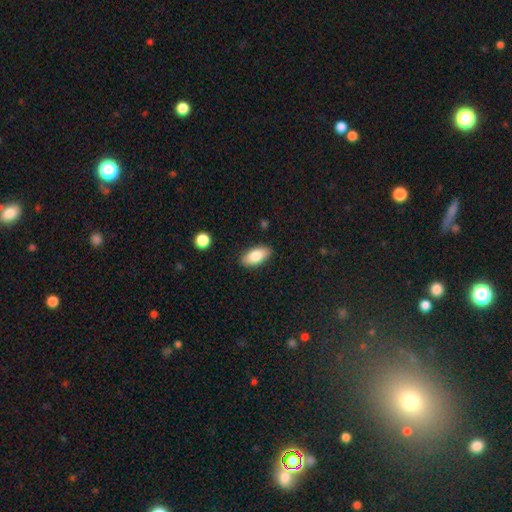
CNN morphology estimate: Smooth or featured: smooth — 81% (featured or disk — 12%)
How rounded: in between — 89% (cigar-shaped — 8%)
Merging: none — 87% (minor disturbance — 9%)